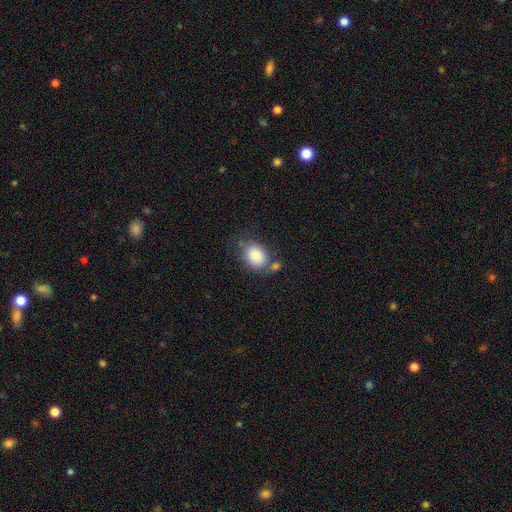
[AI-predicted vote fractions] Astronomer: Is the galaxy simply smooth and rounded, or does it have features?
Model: smooth — 86%.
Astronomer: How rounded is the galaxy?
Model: in between — 69%.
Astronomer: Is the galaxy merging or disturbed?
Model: none — 53%.